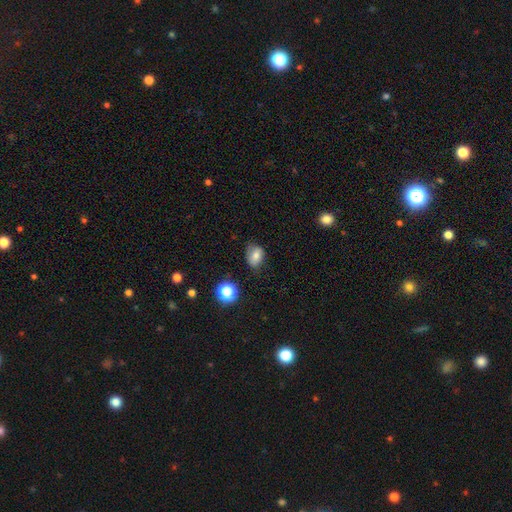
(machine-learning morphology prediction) Overall: smooth (75%). How rounded: in between (67%; round 31%). Merging: none (63%; minor disturbance 28%).